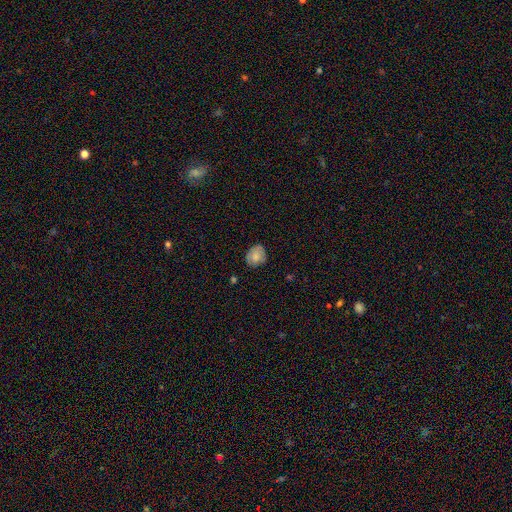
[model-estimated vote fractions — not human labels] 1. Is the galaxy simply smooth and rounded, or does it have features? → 73% smooth, 18% featured or disk, 9% star or artifact.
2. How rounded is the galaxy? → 51% round, 48% in between, 1% cigar-shaped.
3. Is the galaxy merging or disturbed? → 70% none, 23% minor disturbance, 5% major disturbance, 1% merger.